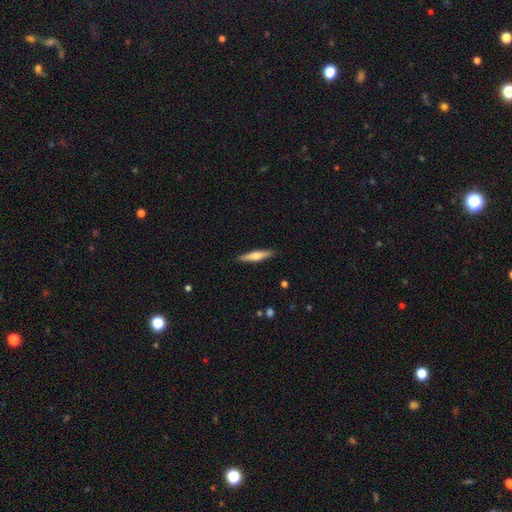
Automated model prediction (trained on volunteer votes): A featured or disk galaxy (47%, tied with smooth).

Vote fractions:
- Smooth or featured? featured or disk: 47% (tied) / smooth: 47% (tied) / star or artifact: 5%
- Merging? none: 90% / minor disturbance: 7% / major disturbance: 2% / merger: 1%